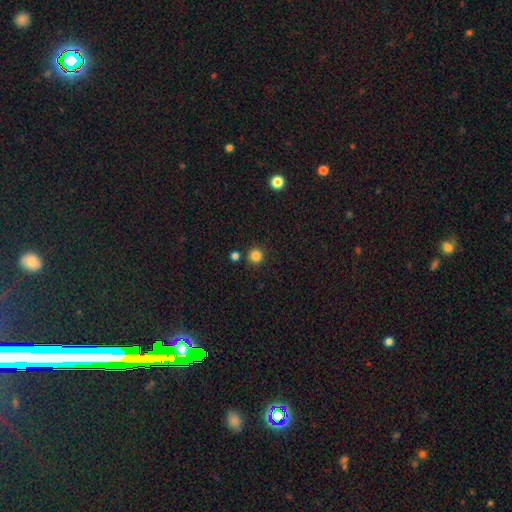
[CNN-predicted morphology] The model was most divided on "smooth or featured": smooth: 84%, star or artifact: 13%, featured or disk: 4%. More confident: how rounded — round (95%); merging — none (86%).